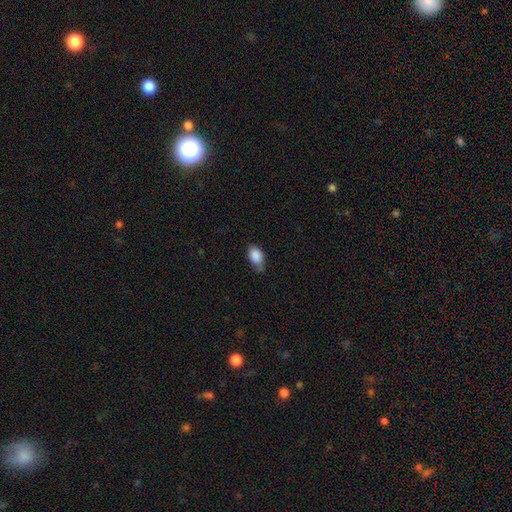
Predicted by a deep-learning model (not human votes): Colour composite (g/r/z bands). It shows a smooth galaxy with no disk features (87%) that is in between round and cigar-shaped (90%). Merging: none (51%).